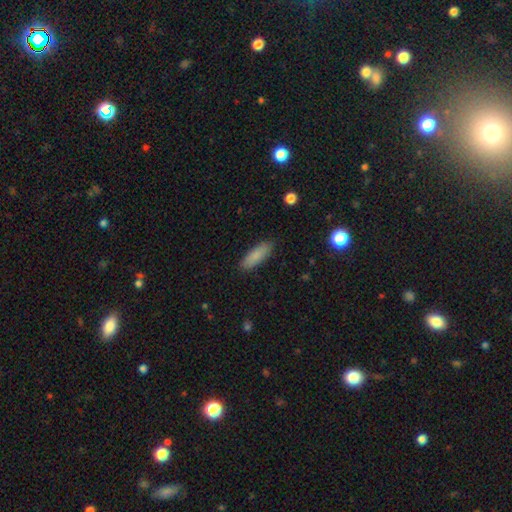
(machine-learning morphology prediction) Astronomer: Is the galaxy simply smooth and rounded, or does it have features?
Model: smooth — 84%.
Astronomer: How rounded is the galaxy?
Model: in between — 56% (runner-up: cigar-shaped, 42%).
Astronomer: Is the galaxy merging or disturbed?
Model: none — 88%.